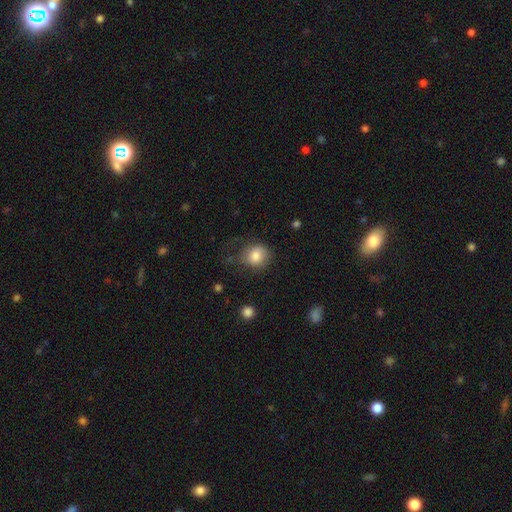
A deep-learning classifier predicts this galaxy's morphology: A smooth galaxy with no disk features (81%) that is round (77%). Merging: none (58%).